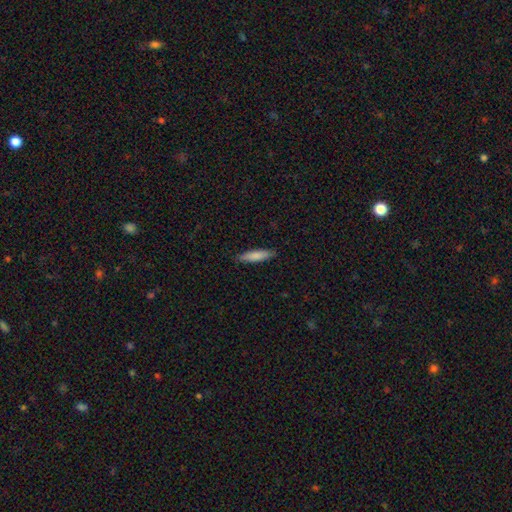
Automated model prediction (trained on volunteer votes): smooth-or-featured: smooth: 83% | featured or disk: 12% | star or artifact: 6%
  how-rounded: cigar-shaped: 80% | in between: 18% | round: 1%
  merging: none: 89% | minor disturbance: 8% | major disturbance: 2% | merger: 1%